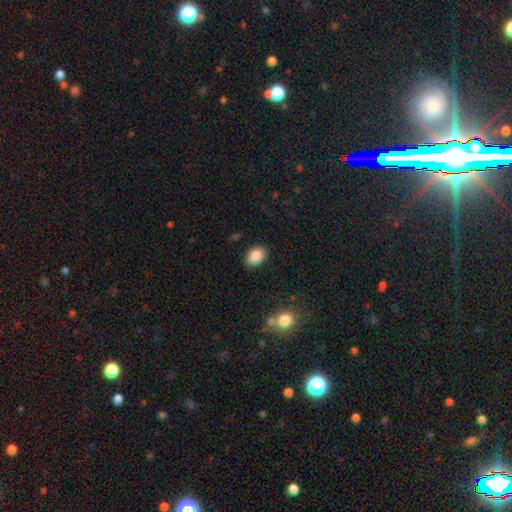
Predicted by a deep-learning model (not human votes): smooth_or_featured: smooth (p=0.87) [alt: star or artifact p=0.08]
how_rounded: in between (p=0.76) [alt: round p=0.23]
merging: none (p=0.89) [alt: minor disturbance p=0.08]